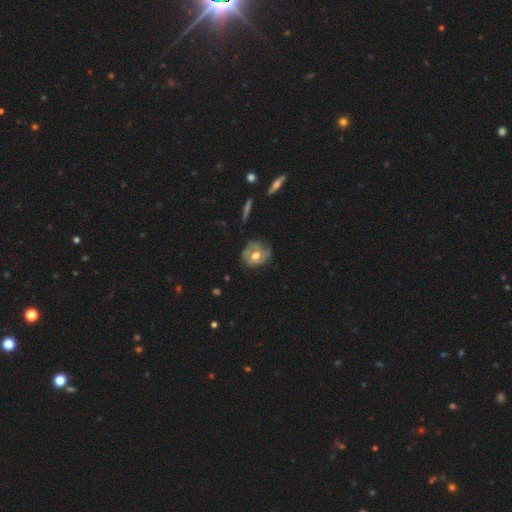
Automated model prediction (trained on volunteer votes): The model was most divided on "smooth or featured": featured or disk: 47%, smooth: 44%, star or artifact: 9%. More confident: merging — none (54%).